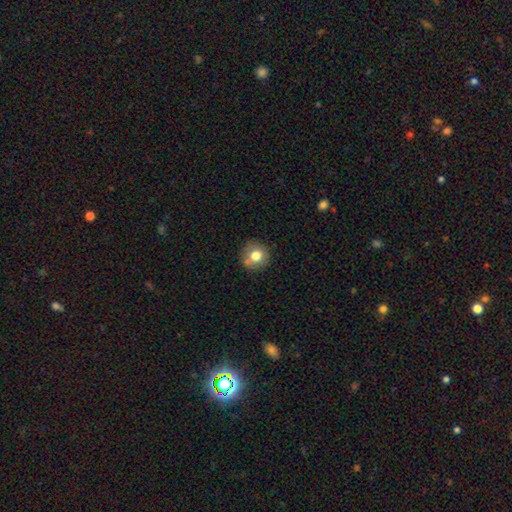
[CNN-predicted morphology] A smooth galaxy with no disk features (74%) that is round (89%).

Vote fractions:
- Smooth or featured? smooth: 74% / featured or disk: 16% / star or artifact: 10%
- How rounded? round: 89% / in between: 10% / cigar-shaped: 1%
- Merging? none: 77% / minor disturbance: 14% / merger: 5% / major disturbance: 4%